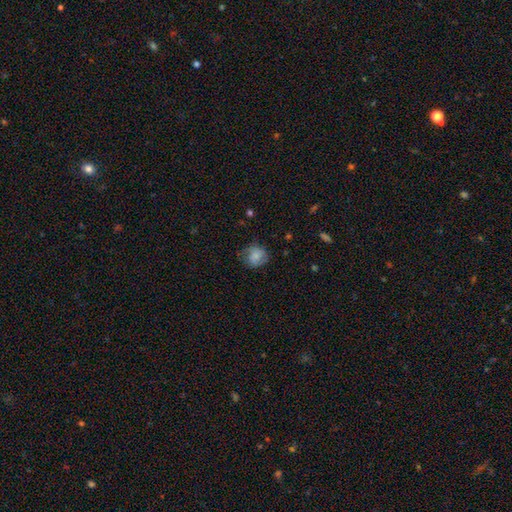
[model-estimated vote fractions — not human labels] A smooth galaxy with no disk features (73%) that is round (76%). Merging: none (64%).